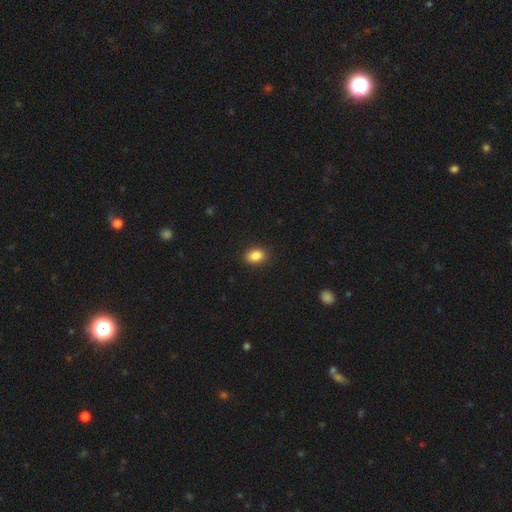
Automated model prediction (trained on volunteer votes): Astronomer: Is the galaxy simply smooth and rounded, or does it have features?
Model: smooth — 86%.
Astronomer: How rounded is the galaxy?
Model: in between — 75%.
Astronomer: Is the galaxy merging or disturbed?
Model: none — 88%.